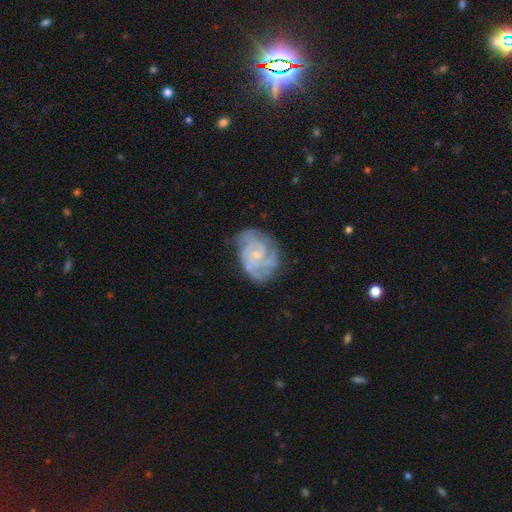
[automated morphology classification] Overall: featured or disk (84%). Edge-on disk: no (98%). Bar: no (65%; weak 30%). Spiral arms: yes (95%). Spiral arm count: 3 (28%; can't tell 26%). Spiral winding: tight (57%; medium 35%). Bulge size: small (71%). Merging: none (66%).